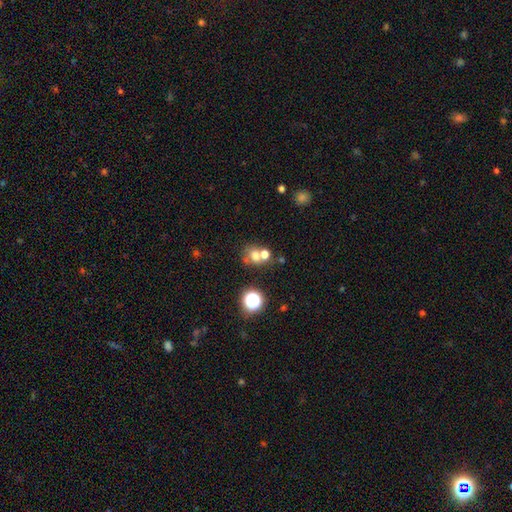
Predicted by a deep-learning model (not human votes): Smooth or featured?
  - smooth: 65% *
  - star or artifact: 20%
  - featured or disk: 15%
How rounded?
  - round: 67% *
  - in between: 31%
  - cigar-shaped: 1%
Merging?
  - none: 44% *
  - merger: 41%
  - minor disturbance: 10%
  - major disturbance: 6%